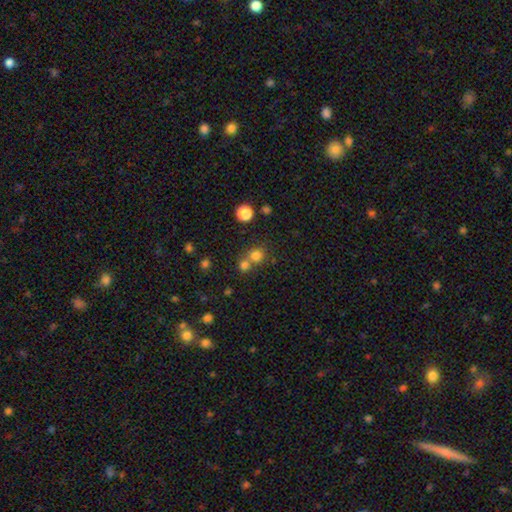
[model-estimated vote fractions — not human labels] Overall: smooth (76%). How rounded: round (87%). Merging: none (54%; merger 37%).